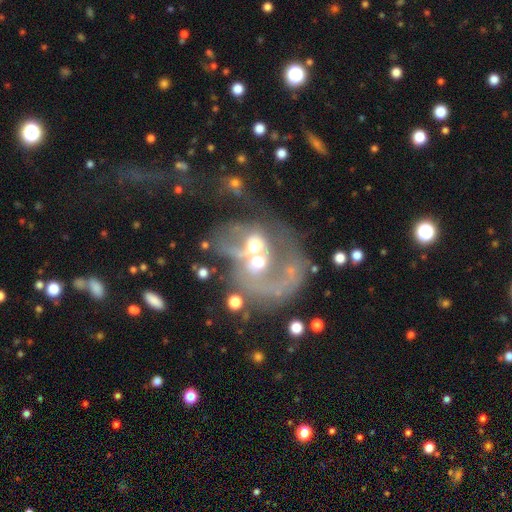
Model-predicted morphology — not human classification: Overall: featured or disk (65%). Edge-on disk: no (97%). Bar: no (79%). Spiral arms: yes (50%, tied with no). Bulge size: moderate (59%; small 20%). Merging: merger (57%; major disturbance 21%).